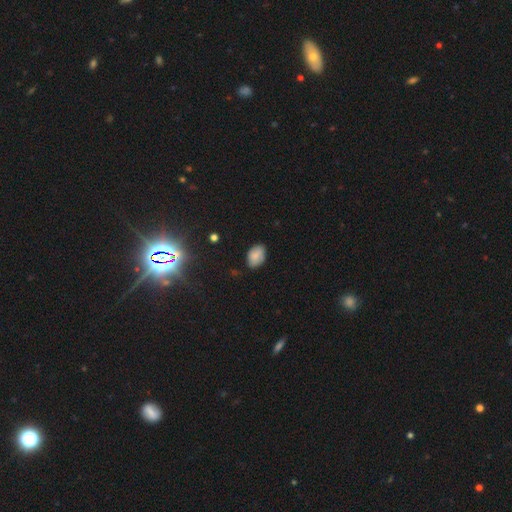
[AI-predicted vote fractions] Smooth or featured? smooth (79%)
How rounded? in between (87%)
Merging? none (77%)